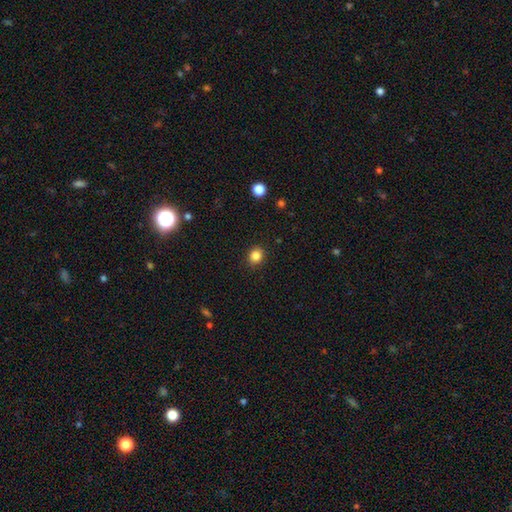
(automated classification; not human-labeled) A smooth galaxy with no disk features (84%) that is round (75%). Merging: none (90%).